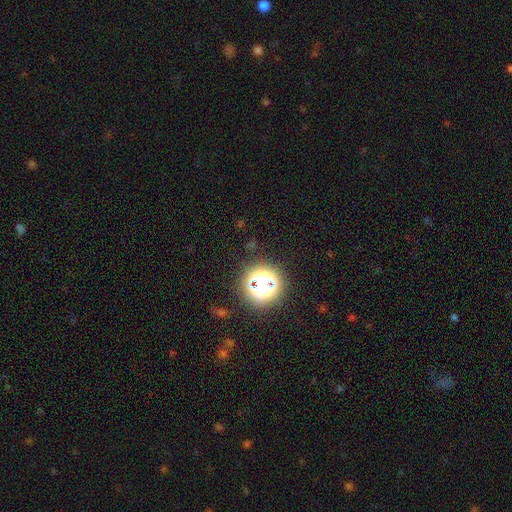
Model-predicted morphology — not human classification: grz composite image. It shows a star or artifact, not a galaxy (79%).